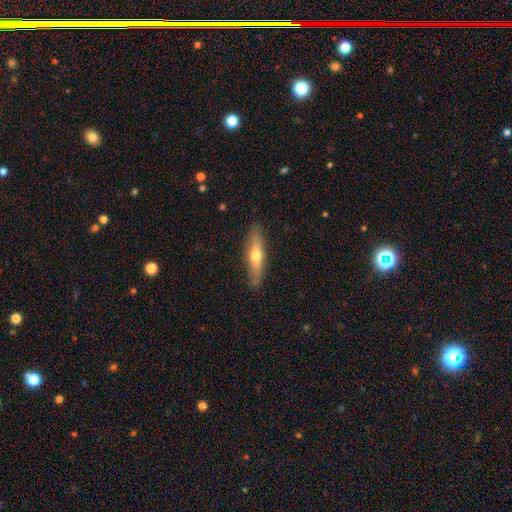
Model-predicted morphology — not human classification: A smooth galaxy with no disk features (50%). Merging: none (87%).